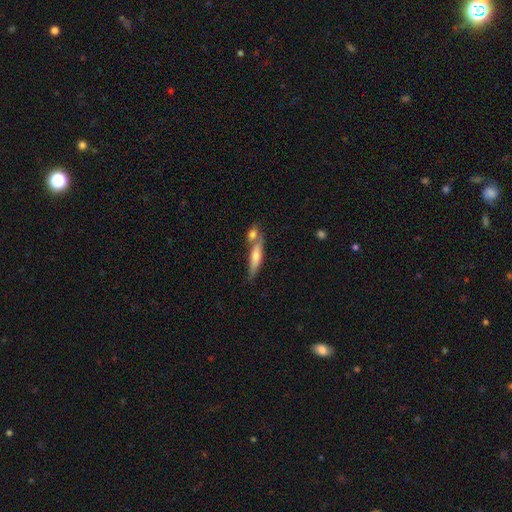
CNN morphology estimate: This appears to be a smooth galaxy with no disk features (48%). Merging: none (54%).